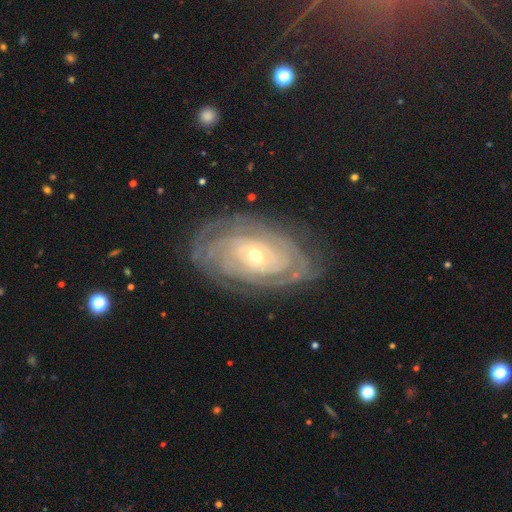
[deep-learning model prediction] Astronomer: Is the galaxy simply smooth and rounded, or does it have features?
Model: featured or disk — 87%.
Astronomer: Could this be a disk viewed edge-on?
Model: no — 95%.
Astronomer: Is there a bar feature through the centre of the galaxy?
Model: no — 68%.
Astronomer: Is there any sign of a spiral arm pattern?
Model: yes — 94%.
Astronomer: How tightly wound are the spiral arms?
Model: tight — 83%.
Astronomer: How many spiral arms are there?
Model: can't tell — 38% (runner-up: 2, 17%).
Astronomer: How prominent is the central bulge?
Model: small — 49% (runner-up: moderate, 48%).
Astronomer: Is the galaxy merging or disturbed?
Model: none — 76%.